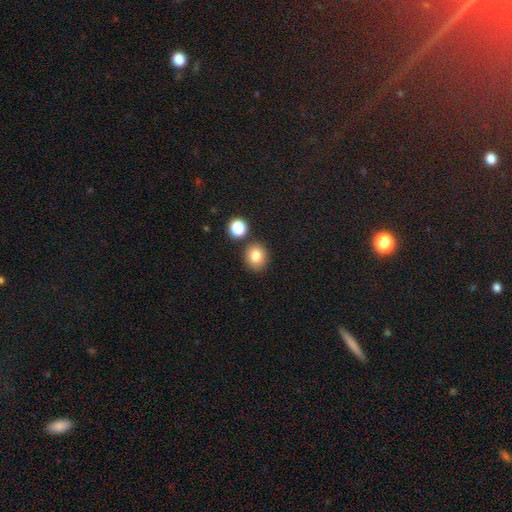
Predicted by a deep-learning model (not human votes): Smooth or featured? smooth (81%)
How rounded? round (76%)
Merging? none (80%)